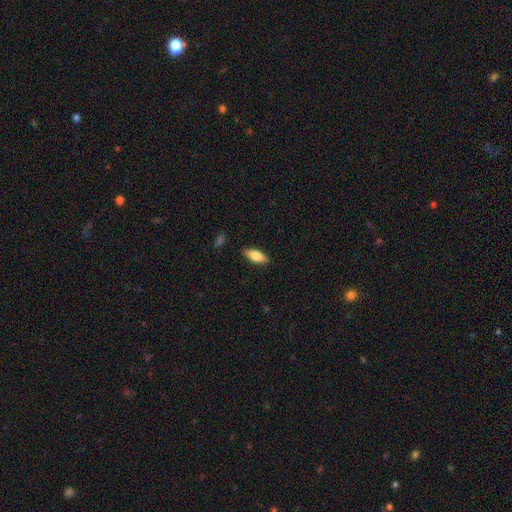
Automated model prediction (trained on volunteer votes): A smooth galaxy with no disk features (73%) that is in between round and cigar-shaped (77%). Merging: none (86%).